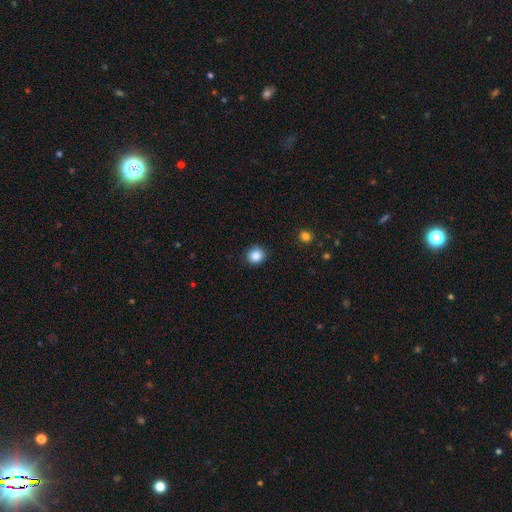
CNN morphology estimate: Smooth or featured?
  - smooth: 86% *
  - star or artifact: 10%
  - featured or disk: 4%
How rounded?
  - round: 88% *
  - in between: 11%
  - cigar-shaped: 1%
Merging?
  - none: 91% *
  - minor disturbance: 6%
  - major disturbance: 2%
  - merger: 1%